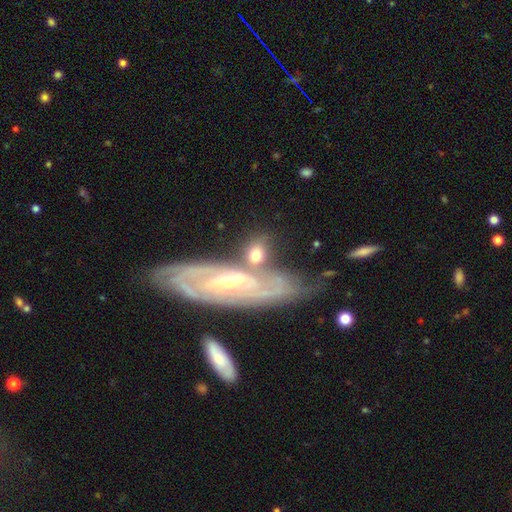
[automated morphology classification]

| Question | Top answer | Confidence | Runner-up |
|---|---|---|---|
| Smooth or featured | smooth | 53% | featured or disk (39%) |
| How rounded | in between | 50% | round (42%) |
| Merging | none | 48% | merger (28%) |